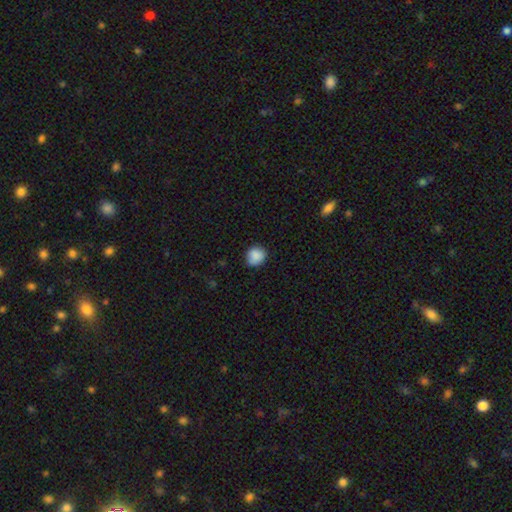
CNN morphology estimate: This is clearly a smooth galaxy (88%). How rounded: clearly round (81%). Merging: clearly none (81%).